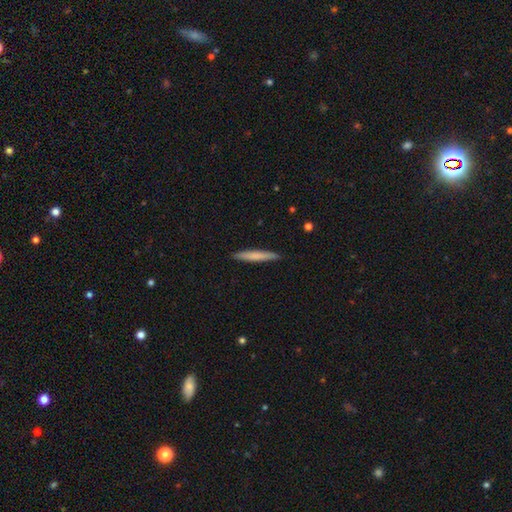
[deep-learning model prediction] This is likely a smooth galaxy (70%). How rounded: clearly cigar-shaped (95%). Merging: clearly none (91%).